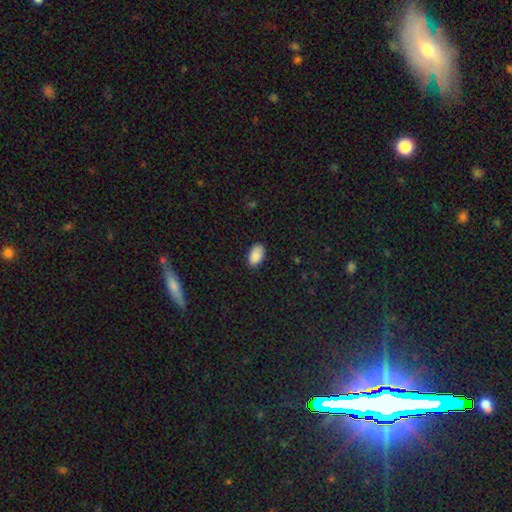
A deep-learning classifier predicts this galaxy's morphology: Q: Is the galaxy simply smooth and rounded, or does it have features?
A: smooth — 88%.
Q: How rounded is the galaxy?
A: in between — 94%.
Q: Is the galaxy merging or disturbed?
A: none — 85%.